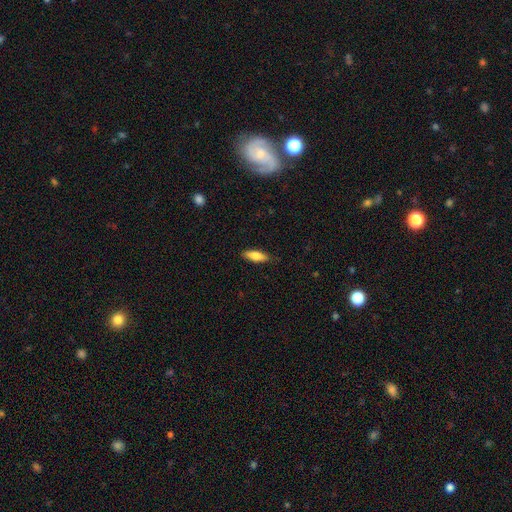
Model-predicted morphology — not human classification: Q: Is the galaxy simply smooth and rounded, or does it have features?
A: smooth — 75%.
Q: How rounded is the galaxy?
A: in between — 61%.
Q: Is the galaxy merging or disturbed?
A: none — 87%.